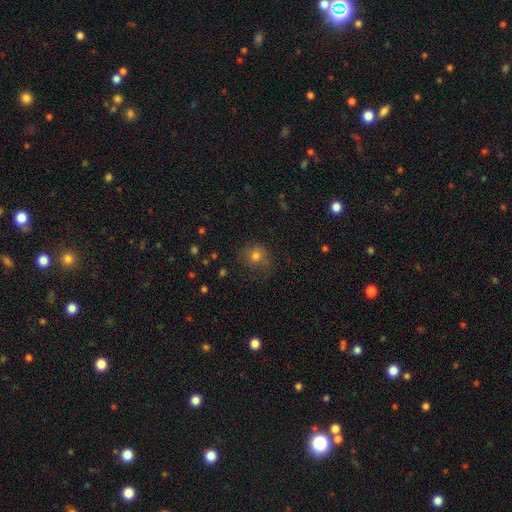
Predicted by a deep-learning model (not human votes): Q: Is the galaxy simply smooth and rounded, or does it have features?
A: smooth — 75%.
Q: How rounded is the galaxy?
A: round — 78%.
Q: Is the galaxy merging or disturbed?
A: none — 63%.